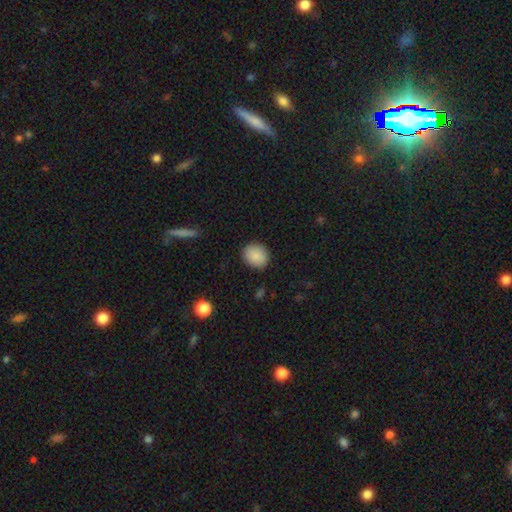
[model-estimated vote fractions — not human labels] smooth_or_featured: smooth (p=0.87) [alt: star or artifact p=0.08]
how_rounded: round (p=0.67) [alt: in between p=0.32]
merging: none (p=0.85) [alt: minor disturbance p=0.11]